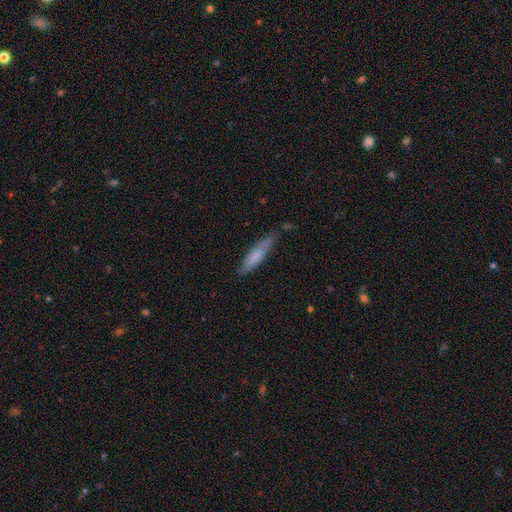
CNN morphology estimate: Overall: smooth (70%). How rounded: cigar-shaped (87%). Merging: none (72%).